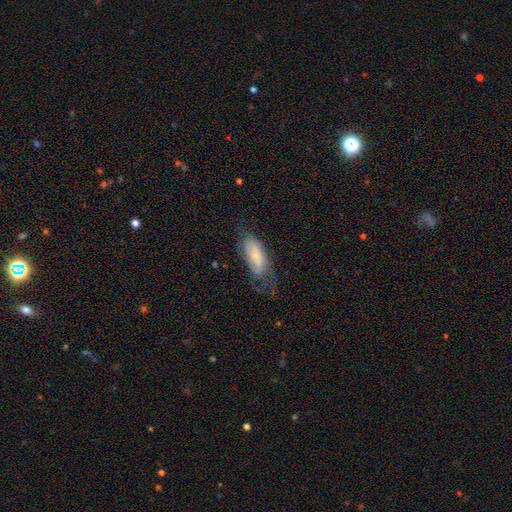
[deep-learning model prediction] smooth 52%, featured or disk 40%, star or artifact 7%. Down the decision tree: how rounded — in between (82%); merging — none (43%).